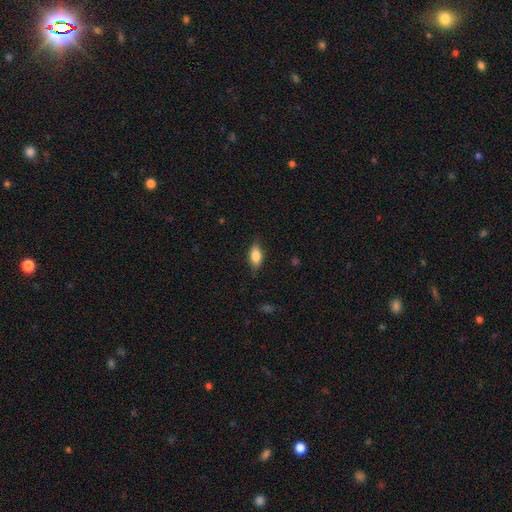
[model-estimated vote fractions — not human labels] This appears to be a smooth galaxy with no disk features (79%) that is in between round and cigar-shaped (85%). Merging: none (79%).